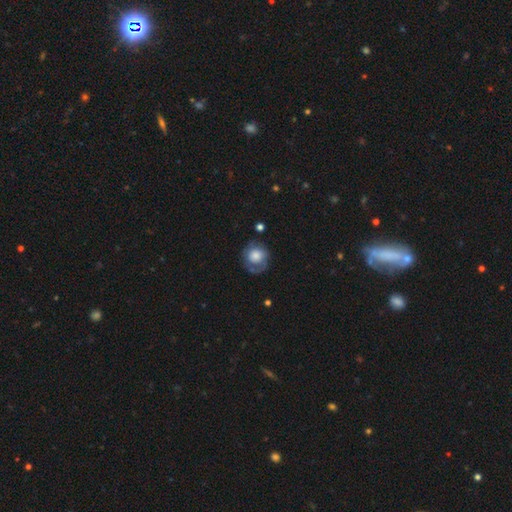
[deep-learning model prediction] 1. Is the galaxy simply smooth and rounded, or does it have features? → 56% smooth, 37% featured or disk, 7% star or artifact.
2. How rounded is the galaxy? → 84% round, 16% in between, 1% cigar-shaped.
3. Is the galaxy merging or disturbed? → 59% none, 23% minor disturbance, 16% major disturbance, 3% merger.